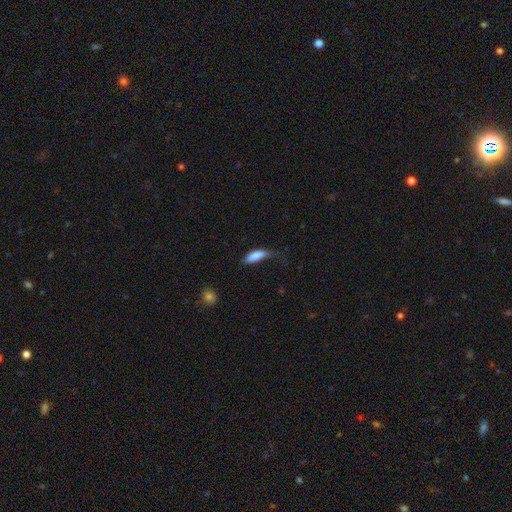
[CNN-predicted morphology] Smooth or featured: smooth — 83% (featured or disk — 10%)
How rounded: in between — 55% (cigar-shaped — 42%)
Merging: none — 39% (minor disturbance — 38%)